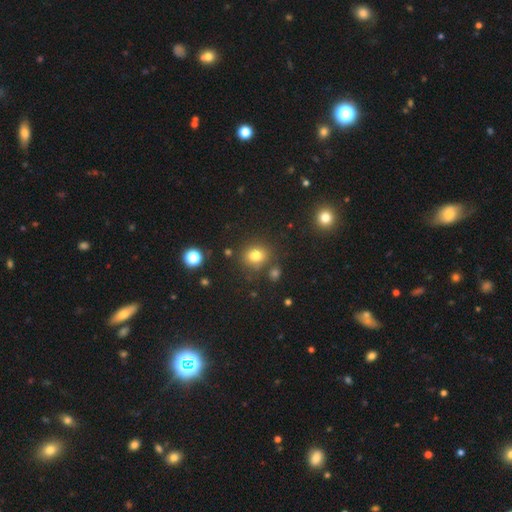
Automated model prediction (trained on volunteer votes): Smooth or featured: smooth — 77% (star or artifact — 15%)
How rounded: round — 76% (in between — 23%)
Merging: none — 77% (minor disturbance — 11%)